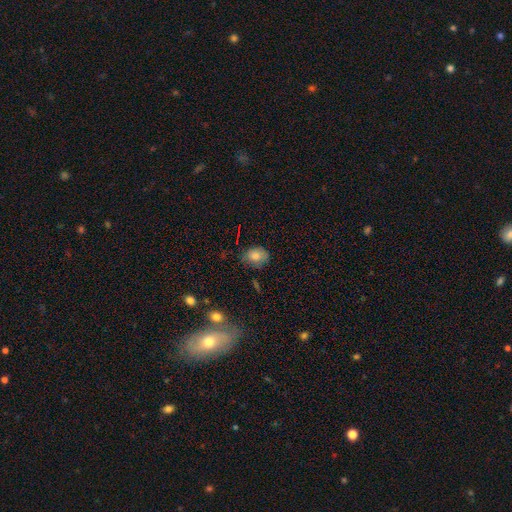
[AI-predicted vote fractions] Morphology: type=smooth (79%); roundness=in between (55%); merging=none (70%).